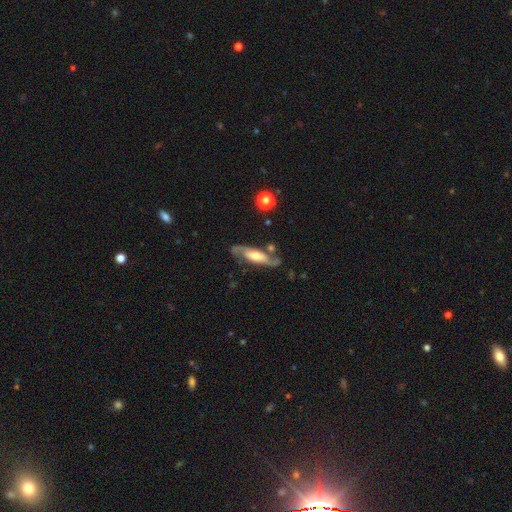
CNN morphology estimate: Smooth or featured?
  - featured or disk: 80% *
  - smooth: 15%
  - star or artifact: 5%
Edge-on disk?
  - no: 83% *
  - yes: 17%
Bar?
  - no: 40% *
  - weak: 35%
  - strong: 25%
Spiral arms?
  - yes: 93% *
  - no: 7%
Spiral winding?
  - medium: 47% *
  - loose: 30%
  - tight: 24%
Spiral arm count?
  - 2: 88% *
  - can't tell: 6%
  - 1: 3%
  - 3: 1%
  - 4: 1%
  - more than 4: 1%
Bulge size?
  - moderate: 56% *
  - small: 24%
  - large: 15%
  - none: 3%
  - dominant: 2%
Merging?
  - none: 75% *
  - minor disturbance: 15%
  - major disturbance: 6%
  - merger: 4%